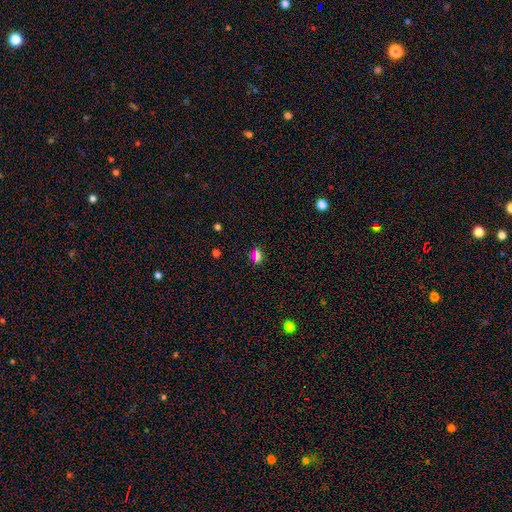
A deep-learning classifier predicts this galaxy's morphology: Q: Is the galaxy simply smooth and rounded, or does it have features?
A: smooth — 72%.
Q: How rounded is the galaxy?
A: in between — 60%.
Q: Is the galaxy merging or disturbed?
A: none — 86%.